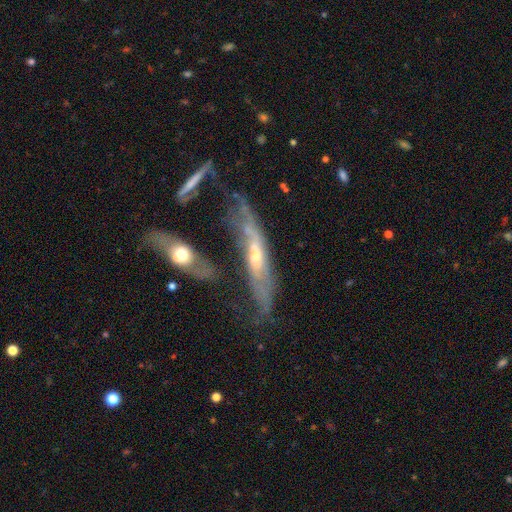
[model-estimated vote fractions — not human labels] featured or disk 68%, smooth 23%, star or artifact 9%. Down the decision tree: edge-on disk — yes (50%, tied with no); merging — none (38%).